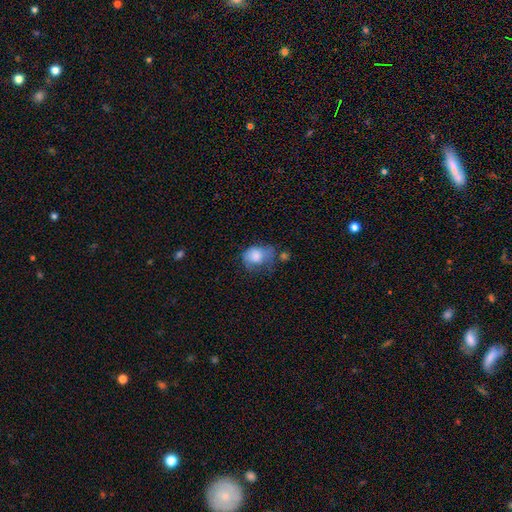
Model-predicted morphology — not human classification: This is likely a smooth galaxy (75%). How rounded: possibly in between (57%). Merging: marginally minor disturbance (34%).